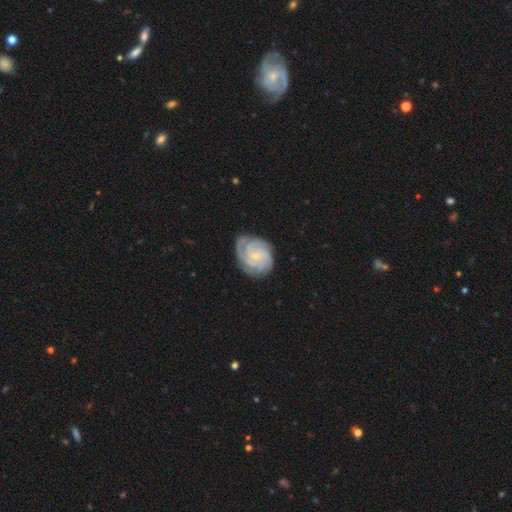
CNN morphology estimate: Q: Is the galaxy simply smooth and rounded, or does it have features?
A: featured or disk — 84%.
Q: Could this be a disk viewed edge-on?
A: no — 98%.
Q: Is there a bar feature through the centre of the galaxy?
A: no — 66%.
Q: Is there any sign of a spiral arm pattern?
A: yes — 97%.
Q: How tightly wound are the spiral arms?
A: tight — 72%.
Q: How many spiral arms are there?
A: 4 — 29%.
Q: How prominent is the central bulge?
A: small — 75%.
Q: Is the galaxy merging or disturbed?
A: none — 74%.